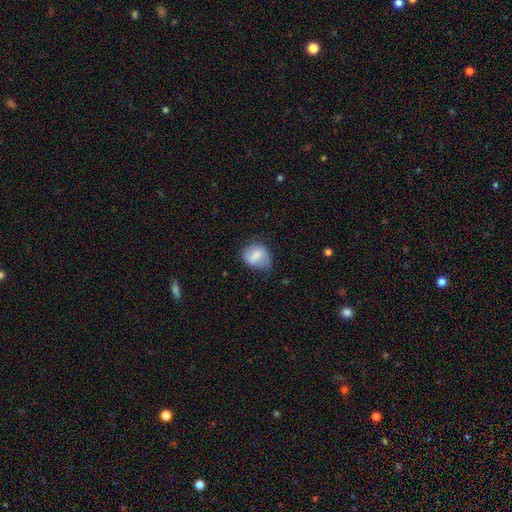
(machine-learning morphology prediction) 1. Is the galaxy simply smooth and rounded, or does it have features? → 61% smooth, 32% featured or disk, 8% star or artifact.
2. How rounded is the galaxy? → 51% round, 48% in between, 1% cigar-shaped.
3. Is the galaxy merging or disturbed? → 49% none, 35% minor disturbance, 14% major disturbance, 2% merger.